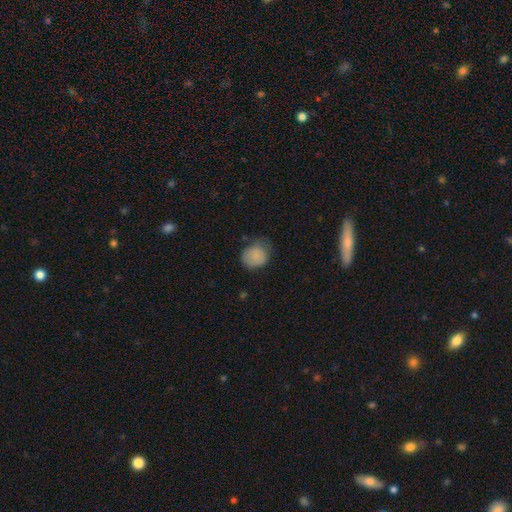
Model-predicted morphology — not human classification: A smooth galaxy with no disk features (82%) that is round (66%). Merging: none (47%).